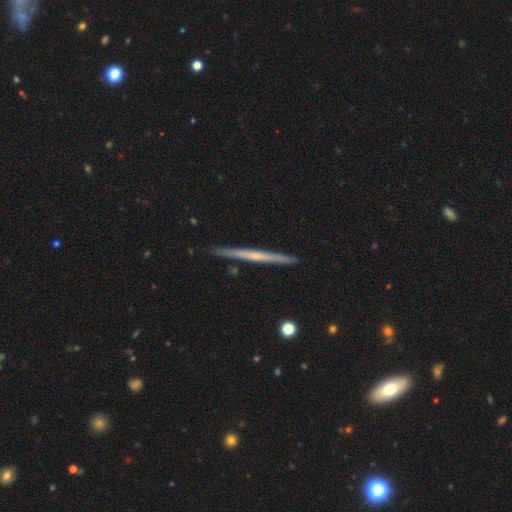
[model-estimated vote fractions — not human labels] Morphology: type=featured or disk (62%); edge-on=yes (98%); edge-on bulge=none (73%); merging=none (90%).